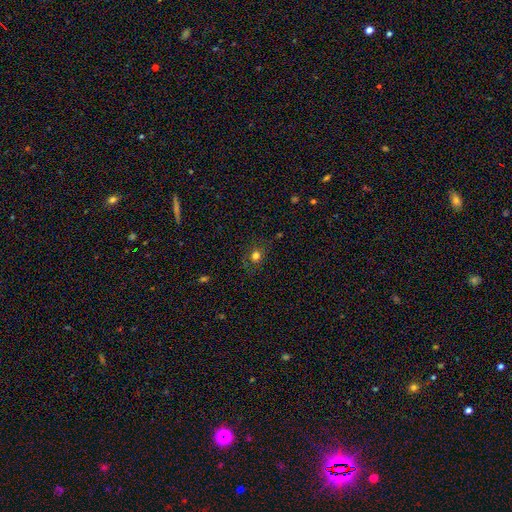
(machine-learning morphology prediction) Smooth or featured?
  - smooth: 70% *
  - star or artifact: 19%
  - featured or disk: 11%
How rounded?
  - round: 74% *
  - in between: 25%
  - cigar-shaped: 1%
Merging?
  - none: 78% *
  - minor disturbance: 14%
  - major disturbance: 6%
  - merger: 2%